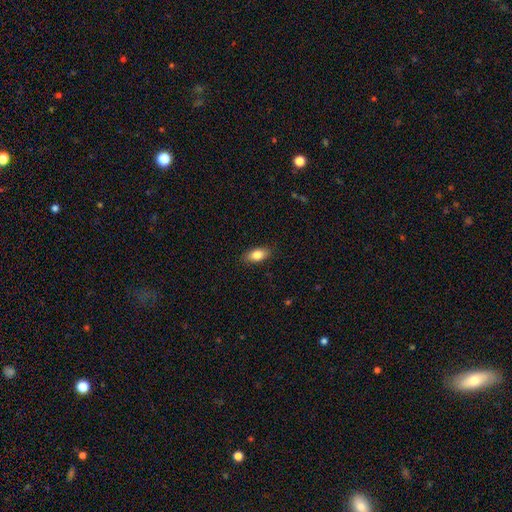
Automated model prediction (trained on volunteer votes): A smooth galaxy with no disk features (83%) that is in between round and cigar-shaped (88%). Merging: none (87%).